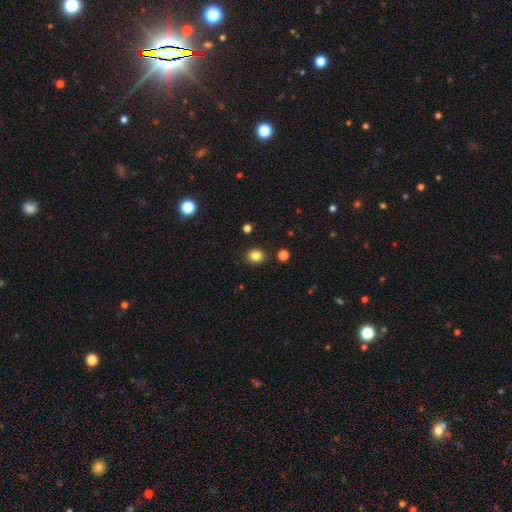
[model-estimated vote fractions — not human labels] This is clearly a smooth galaxy (83%). How rounded: likely round (75%). Merging: clearly none (88%).